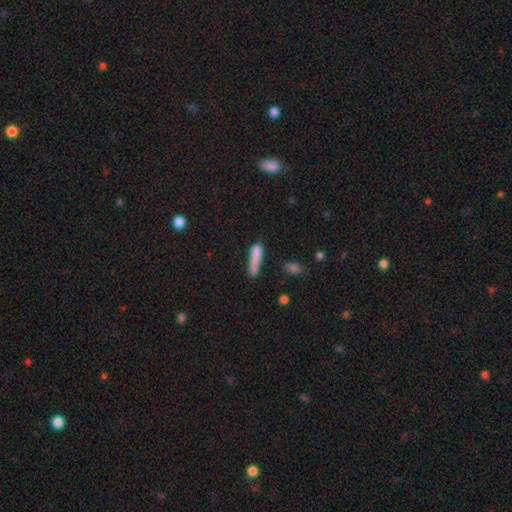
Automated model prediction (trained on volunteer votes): The model was most divided on "merging": none: 44%, minor disturbance: 29%, major disturbance: 15%, merger: 11%. More confident: smooth or featured — smooth (77%); how rounded — cigar-shaped (76%).